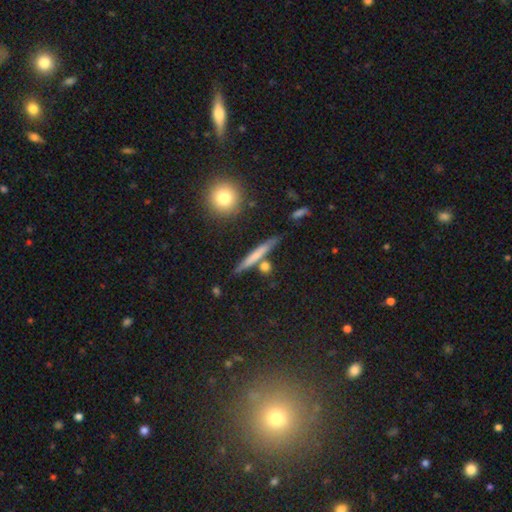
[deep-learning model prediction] This is possibly a smooth galaxy (60%). How rounded: clearly cigar-shaped (90%). Merging: clearly none (82%).